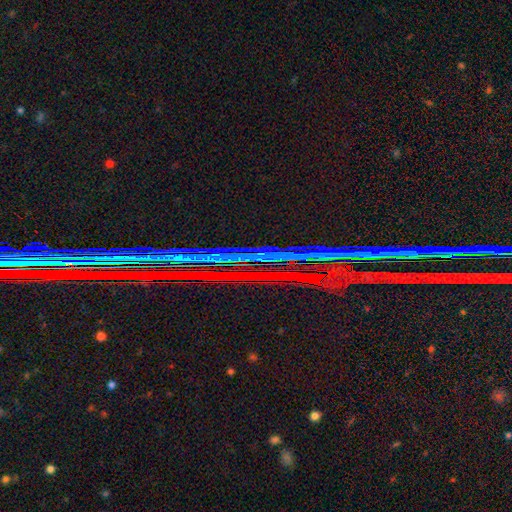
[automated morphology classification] A star or artifact, not a galaxy (84%).